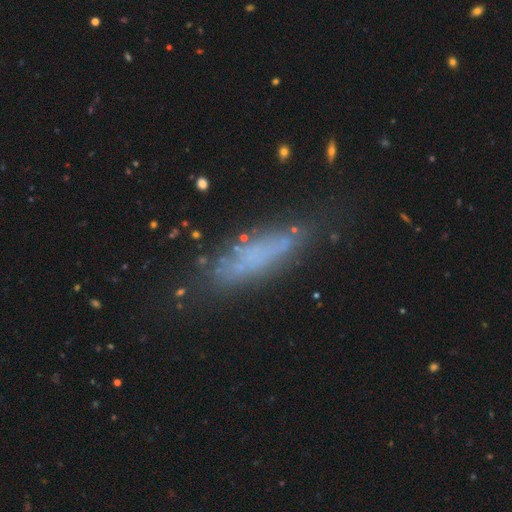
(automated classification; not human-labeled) A smooth galaxy with no disk features (54%) that is cigar-shaped (67%). Merging: none (69%).